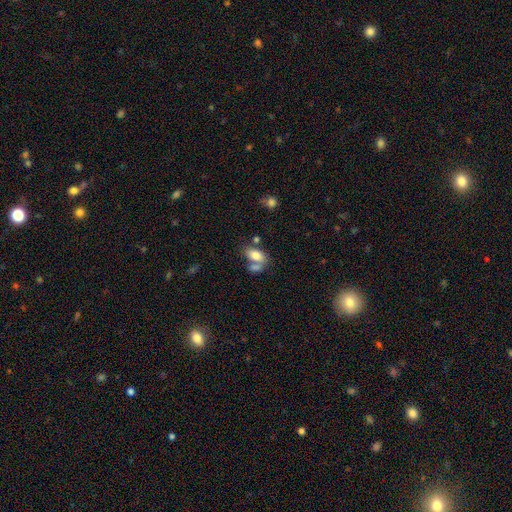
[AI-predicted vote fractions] Morphology: type=smooth (80%); roundness=in between (90%); merging=none (43%).